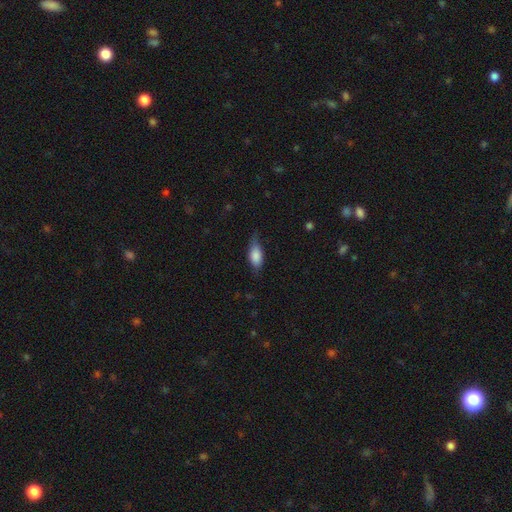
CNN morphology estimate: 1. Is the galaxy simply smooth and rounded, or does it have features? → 79% smooth, 14% featured or disk, 7% star or artifact.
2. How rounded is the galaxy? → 82% in between, 15% cigar-shaped, 3% round.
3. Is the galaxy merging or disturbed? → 59% none, 32% minor disturbance, 8% major disturbance, 1% merger.